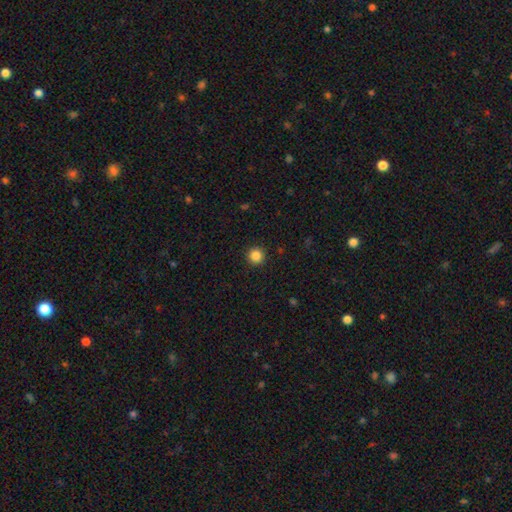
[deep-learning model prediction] smooth_or_featured: smooth (p=0.85) [alt: star or artifact p=0.11]
how_rounded: round (p=0.96) [alt: in between p=0.03]
merging: none (p=0.93) [alt: minor disturbance p=0.05]